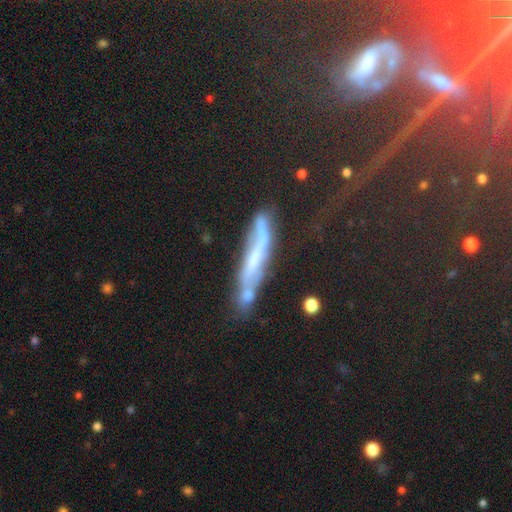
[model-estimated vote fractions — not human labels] smooth_or_featured: featured or disk (p=0.42) [alt: smooth p=0.32]
merging: none (p=0.55) [alt: minor disturbance p=0.24]